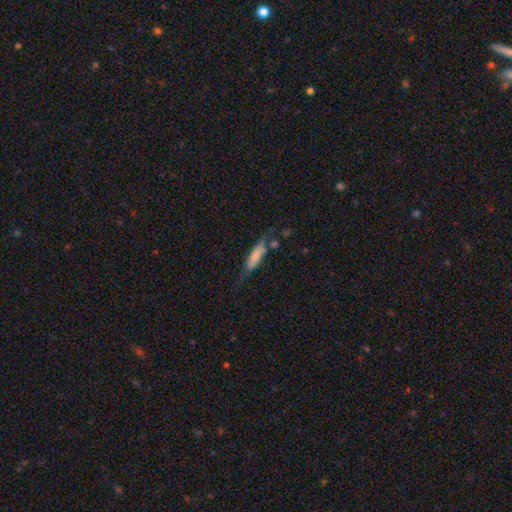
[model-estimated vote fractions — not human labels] Smooth or featured? Predicted: smooth (p=0.67). How rounded? Predicted: cigar-shaped (p=0.68). Merging? Predicted: none (p=0.48).